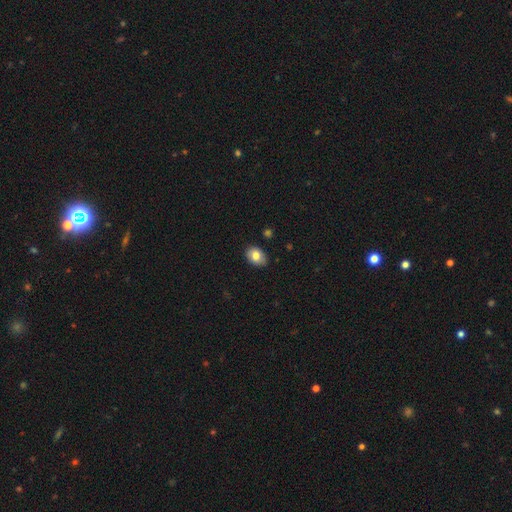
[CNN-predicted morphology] Smooth or featured: smooth — 81% (featured or disk — 12%)
How rounded: in between — 80% (round — 19%)
Merging: none — 84% (minor disturbance — 12%)